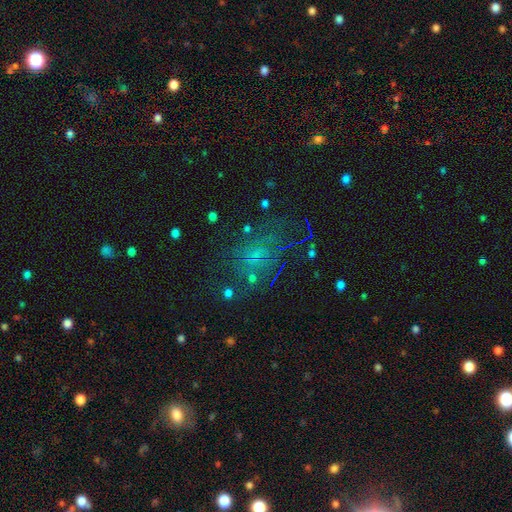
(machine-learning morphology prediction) type=featured or disk (43%); merging=none (55%).